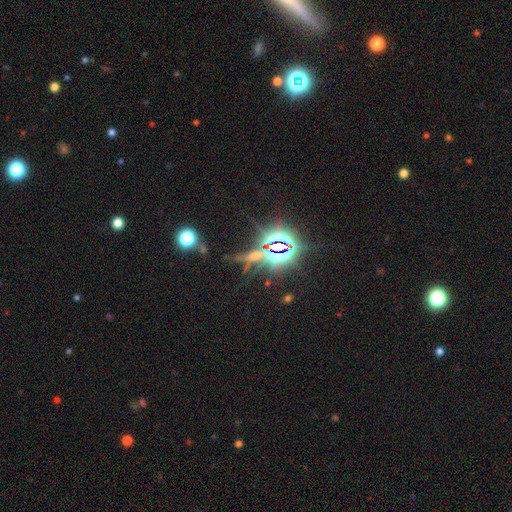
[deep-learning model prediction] Smooth or featured: star or artifact — 84% (smooth — 8%)